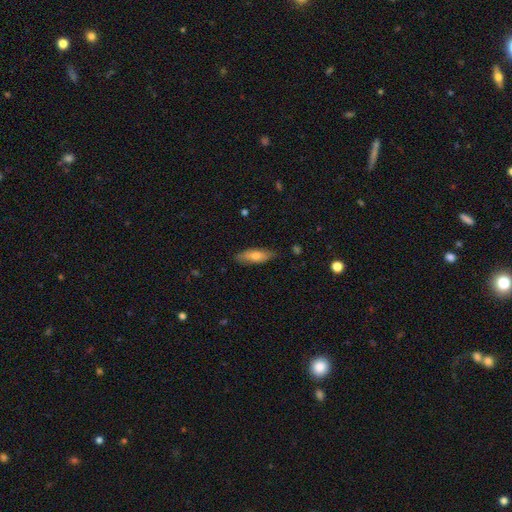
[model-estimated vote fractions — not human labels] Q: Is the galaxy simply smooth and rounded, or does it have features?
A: smooth — 64%.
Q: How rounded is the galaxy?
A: in between — 53%.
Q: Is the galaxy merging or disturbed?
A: none — 82%.